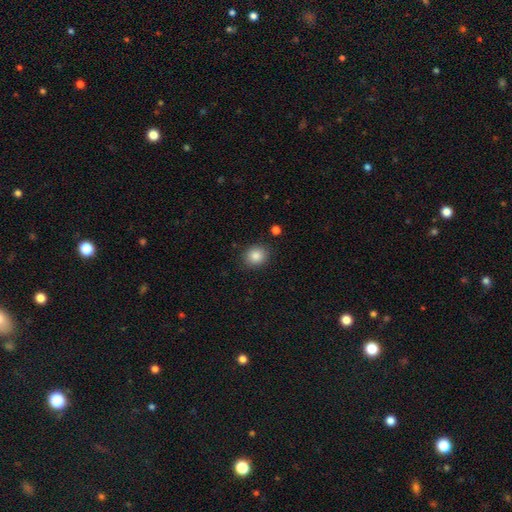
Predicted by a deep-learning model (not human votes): This is clearly a smooth galaxy (86%). How rounded: likely round (73%). Merging: clearly none (87%).